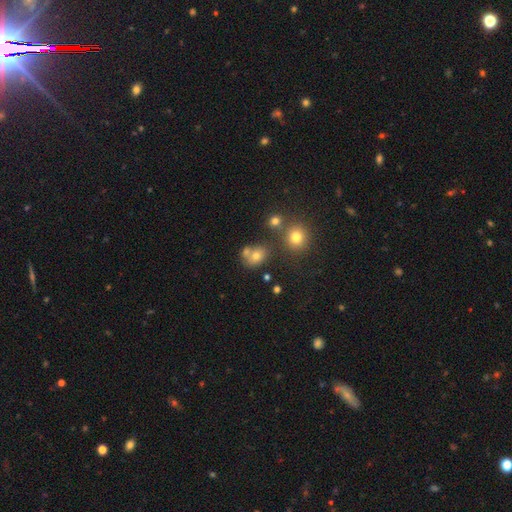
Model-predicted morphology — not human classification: Overall: smooth (67%). How rounded: round (60%; in between 39%). Merging: none (58%; merger 23%).